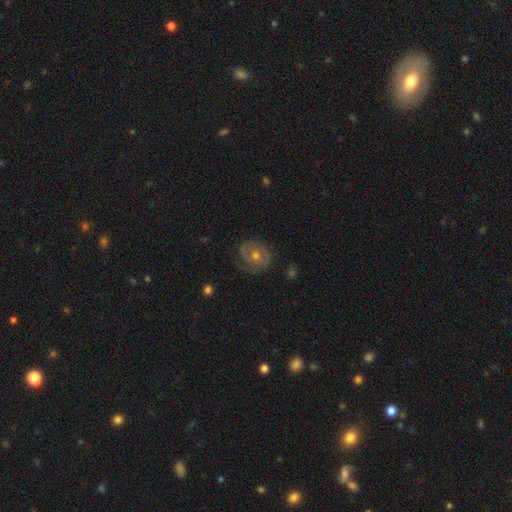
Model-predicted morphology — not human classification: featured or disk 66%, smooth 24%, star or artifact 10%. Down the decision tree: edge-on disk — no (97%); bar — no (76%); spiral arms — yes (79%); spiral arm count — 2 (38%); spiral winding — tight (62%); bulge size — moderate (65%); merging — none (75%).